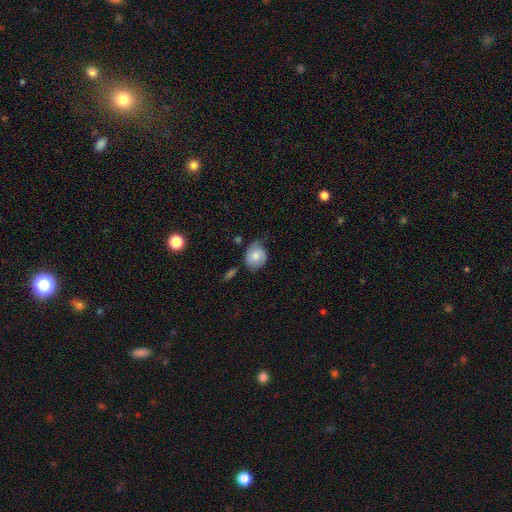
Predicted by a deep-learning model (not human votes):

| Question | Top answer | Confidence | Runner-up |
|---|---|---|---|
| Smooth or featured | smooth | 66% | featured or disk (27%) |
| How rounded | round | 69% | in between (30%) |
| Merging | none | 48% | minor disturbance (35%) |